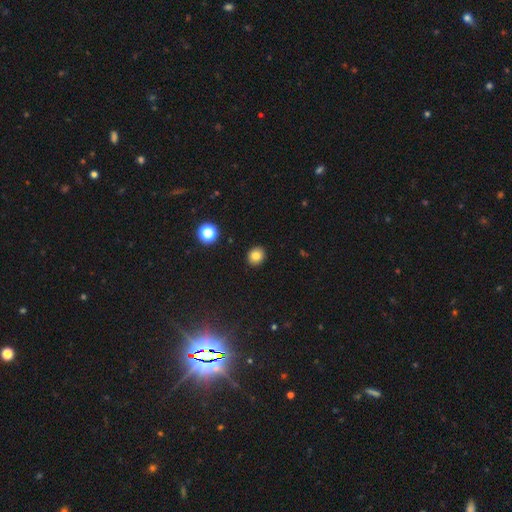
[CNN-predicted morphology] Smooth or featured? smooth (82%)
How rounded? round (77%)
Merging? none (91%)